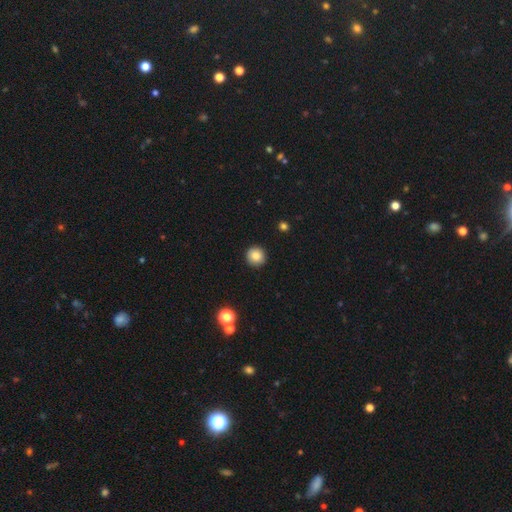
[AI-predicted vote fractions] A smooth galaxy with no disk features (85%) that is round (93%).

Vote fractions:
- Smooth or featured? smooth: 85% / star or artifact: 10% / featured or disk: 6%
- How rounded? round: 93% / in between: 6% / cigar-shaped: 1%
- Merging? none: 92% / minor disturbance: 5% / major disturbance: 2% / merger: 1%